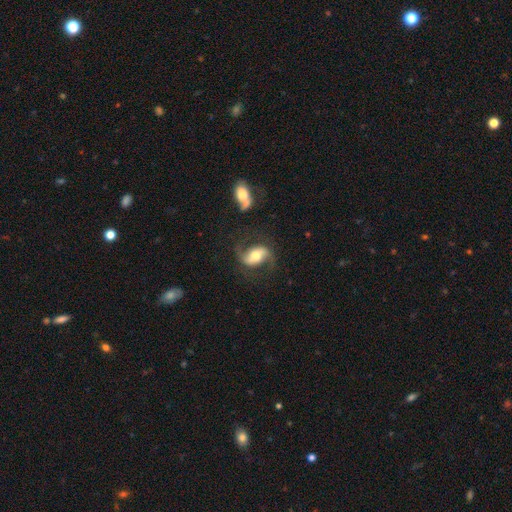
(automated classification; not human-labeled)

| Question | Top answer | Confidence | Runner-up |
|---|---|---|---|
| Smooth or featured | featured or disk | 71% | smooth (22%) |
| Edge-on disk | no | 95% | yes (5%) |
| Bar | strong | 36% | weak (33%) |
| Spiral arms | yes | 89% | no (11%) |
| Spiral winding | loose | 50% | medium (38%) |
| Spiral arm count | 2 | 90% | can't tell (4%) |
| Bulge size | moderate | 65% | large (19%) |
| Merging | none | 67% | minor disturbance (17%) |